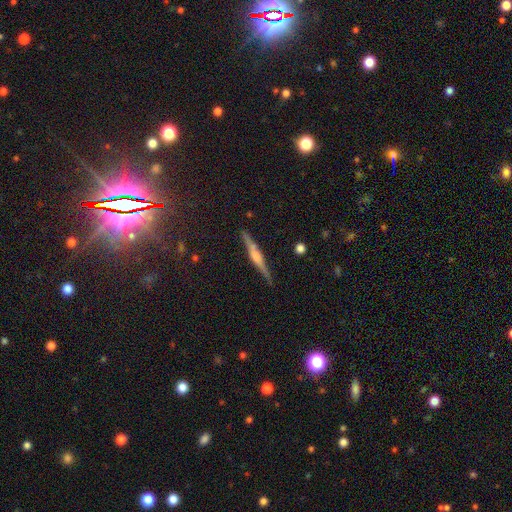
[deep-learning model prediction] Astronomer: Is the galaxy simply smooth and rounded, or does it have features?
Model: featured or disk — 72%.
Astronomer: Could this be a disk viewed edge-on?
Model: yes — 98%.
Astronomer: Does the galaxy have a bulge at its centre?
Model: rounded — 62%.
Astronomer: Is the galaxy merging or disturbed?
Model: none — 89%.